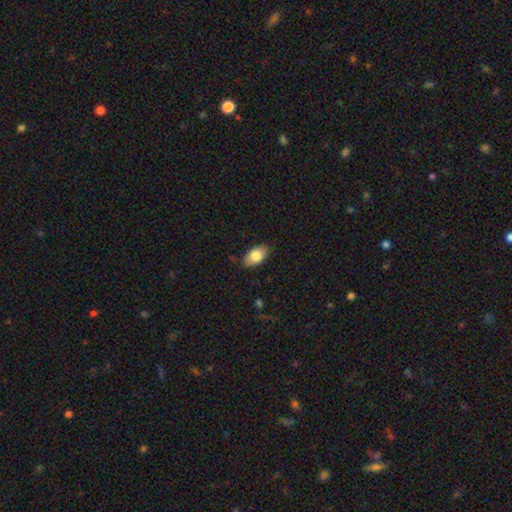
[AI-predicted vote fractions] This is clearly a smooth galaxy (81%). How rounded: clearly in between (94%). Merging: clearly none (83%).